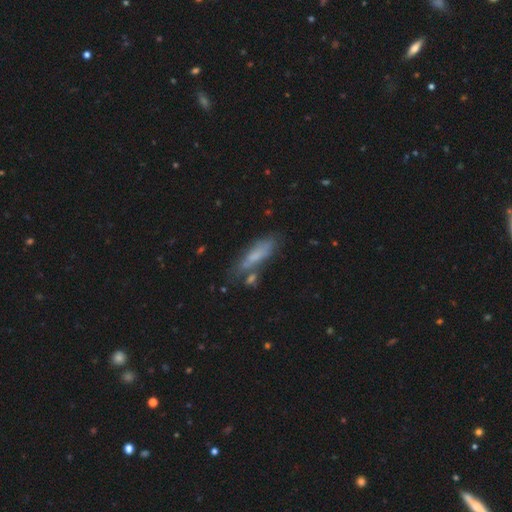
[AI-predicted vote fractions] Smooth or featured: smooth — 65% (featured or disk — 26%)
How rounded: cigar-shaped — 64% (in between — 34%)
Merging: none — 59% (minor disturbance — 21%)